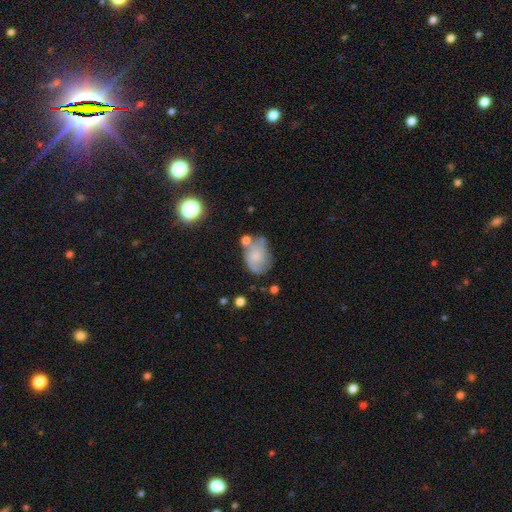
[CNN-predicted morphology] This appears to be a smooth galaxy with no disk features (49%). Merging: none (39%).